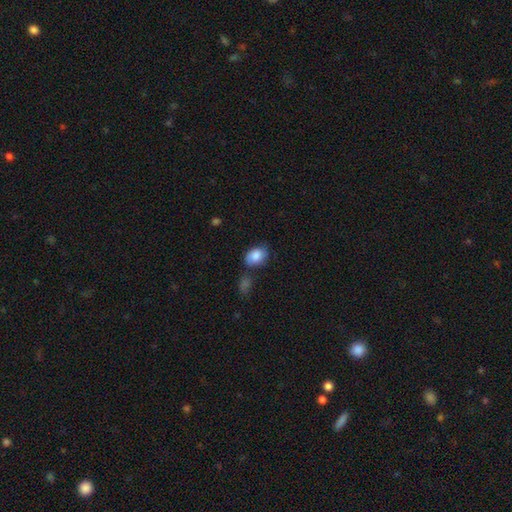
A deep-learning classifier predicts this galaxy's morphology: The model was most divided on "merging": none: 56%, minor disturbance: 25%, merger: 10%, major disturbance: 8%. More confident: smooth or featured — smooth (78%); how rounded — in between (75%).